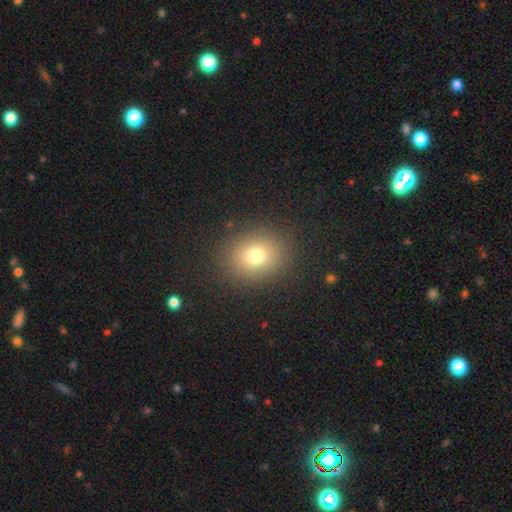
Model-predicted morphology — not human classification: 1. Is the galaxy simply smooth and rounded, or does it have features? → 76% smooth, 15% star or artifact, 10% featured or disk.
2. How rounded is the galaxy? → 64% round, 35% in between, 1% cigar-shaped.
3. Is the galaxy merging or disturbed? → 88% none, 8% minor disturbance, 3% major disturbance, 1% merger.